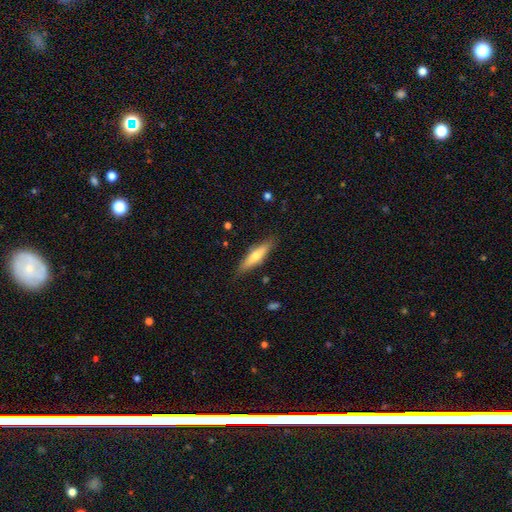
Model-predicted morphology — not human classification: This appears to be a smooth galaxy with no disk features (52%) that is cigar-shaped (75%). Merging: none (85%).